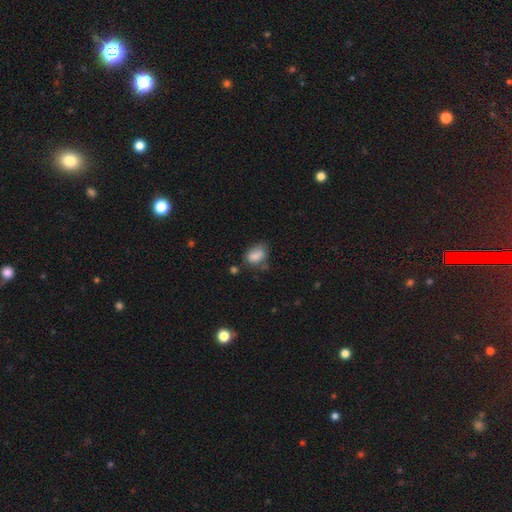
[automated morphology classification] Q: Smooth or featured?
A: smooth (79%); runner-up: featured or disk (12%)
Q: How rounded?
A: in between (81%); runner-up: round (17%)
Q: Merging?
A: none (50%); runner-up: minor disturbance (31%)